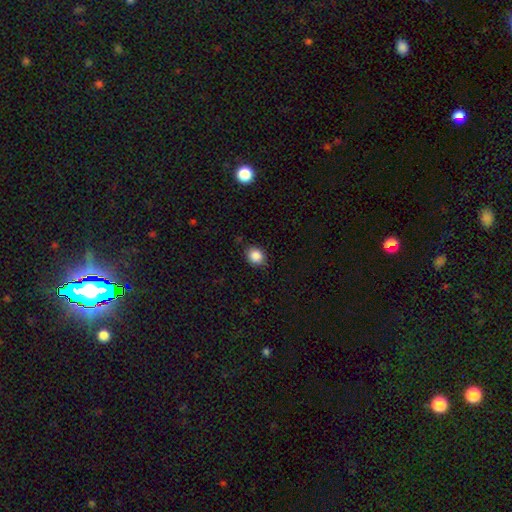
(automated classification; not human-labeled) Smooth or featured: smooth — 87% (star or artifact — 9%)
How rounded: round — 65% (in between — 34%)
Merging: none — 82% (minor disturbance — 14%)